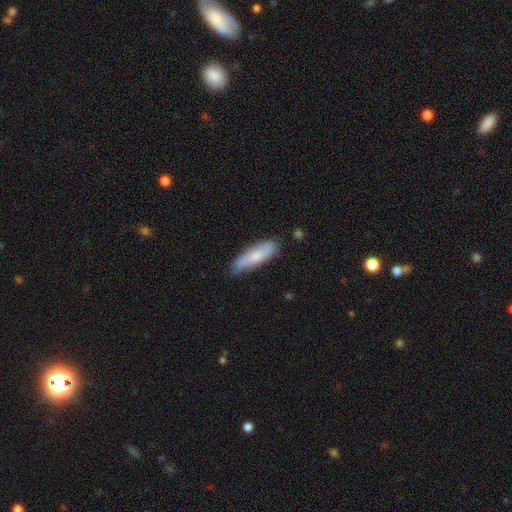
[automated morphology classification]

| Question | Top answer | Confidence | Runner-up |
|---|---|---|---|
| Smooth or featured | smooth | 73% | featured or disk (21%) |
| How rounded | cigar-shaped | 58% | in between (40%) |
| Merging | none | 78% | minor disturbance (18%) |